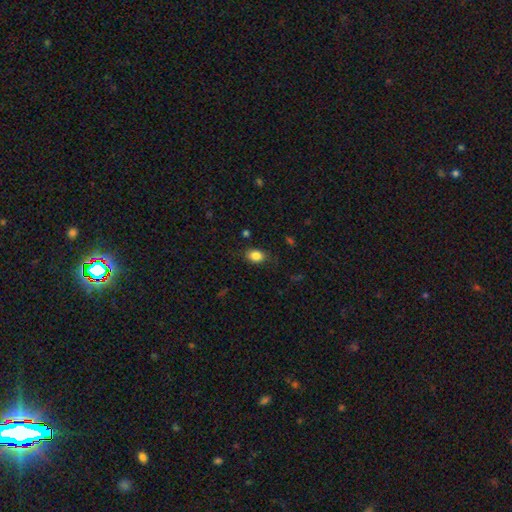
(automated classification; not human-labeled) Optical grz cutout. It shows a smooth galaxy with no disk features (85%) that is in between round and cigar-shaped (70%). Merging: none (82%).